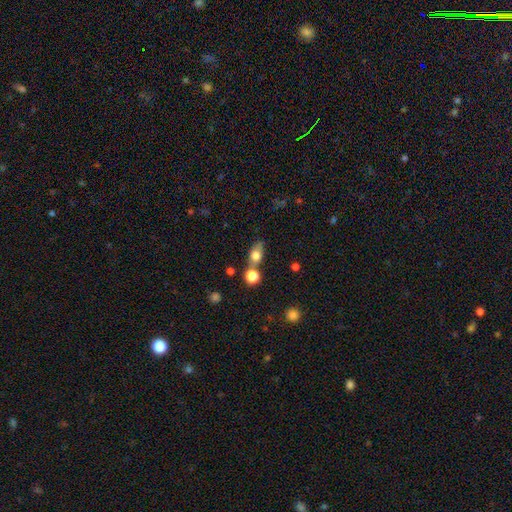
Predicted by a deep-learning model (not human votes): smooth_or_featured: smooth (p=0.74) [alt: featured or disk p=0.15]
how_rounded: in between (p=0.65) [alt: round p=0.28]
merging: none (p=0.50) [alt: merger p=0.30]